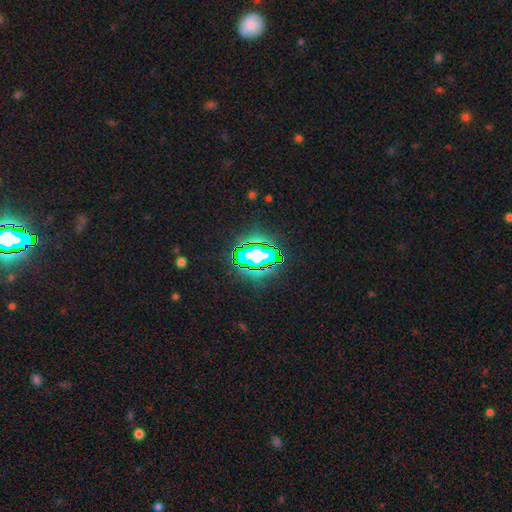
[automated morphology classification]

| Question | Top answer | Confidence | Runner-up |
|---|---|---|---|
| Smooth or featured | star or artifact | 71% | smooth (16%) |